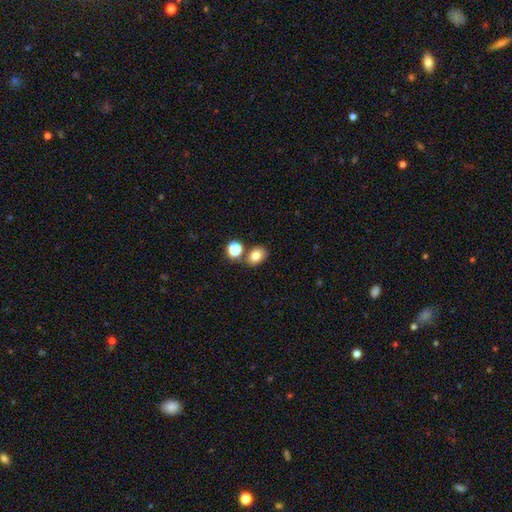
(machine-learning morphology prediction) Overall: smooth (80%). How rounded: in between (62%; round 37%). Merging: none (69%).